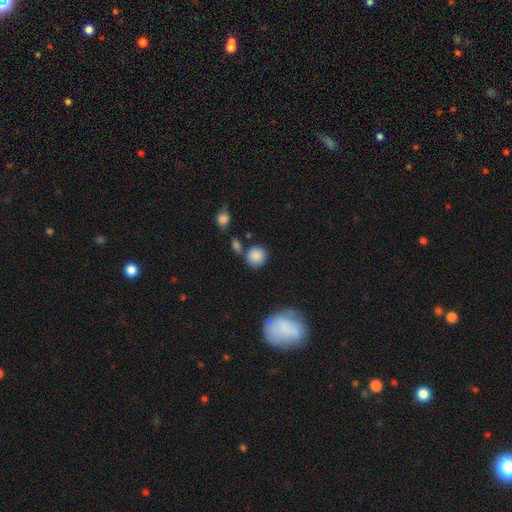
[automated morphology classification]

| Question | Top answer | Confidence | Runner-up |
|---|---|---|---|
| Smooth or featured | smooth | 86% | star or artifact (9%) |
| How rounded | round | 88% | in between (11%) |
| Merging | none | 73% | minor disturbance (13%) |